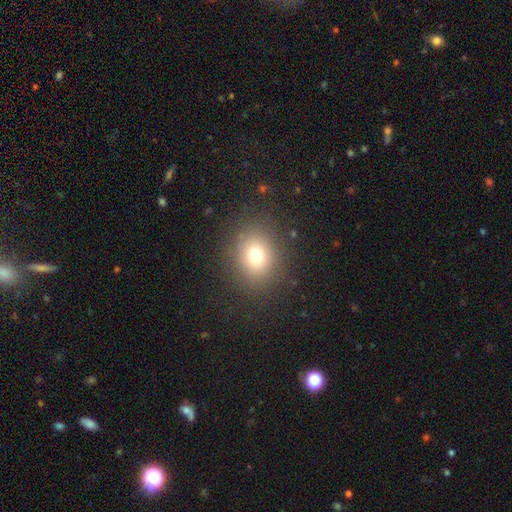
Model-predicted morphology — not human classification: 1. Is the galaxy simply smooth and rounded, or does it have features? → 74% smooth, 16% star or artifact, 10% featured or disk.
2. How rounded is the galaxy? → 71% round, 28% in between, 1% cigar-shaped.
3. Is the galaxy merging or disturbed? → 86% none, 8% minor disturbance, 5% major disturbance, 1% merger.